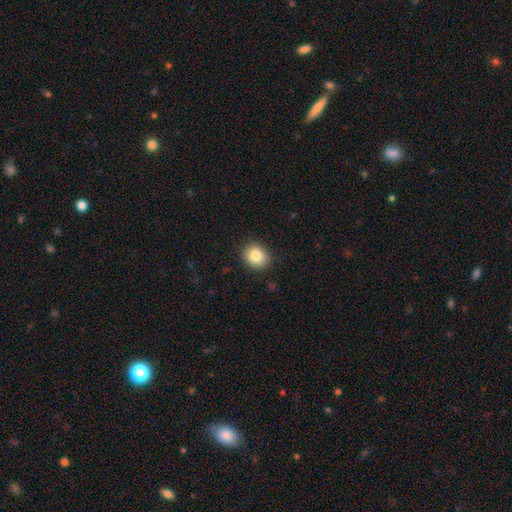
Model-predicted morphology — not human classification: Smooth or featured? smooth (84%)
How rounded? round (65%)
Merging? none (89%)